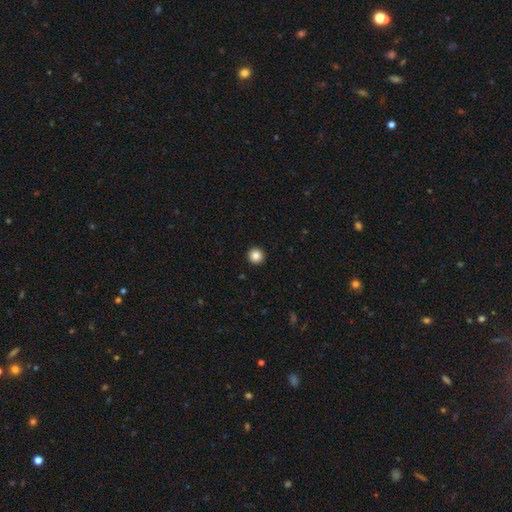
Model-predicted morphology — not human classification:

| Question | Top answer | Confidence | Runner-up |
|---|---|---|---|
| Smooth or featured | smooth | 85% | star or artifact (10%) |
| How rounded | round | 96% | in between (3%) |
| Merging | none | 94% | minor disturbance (4%) |